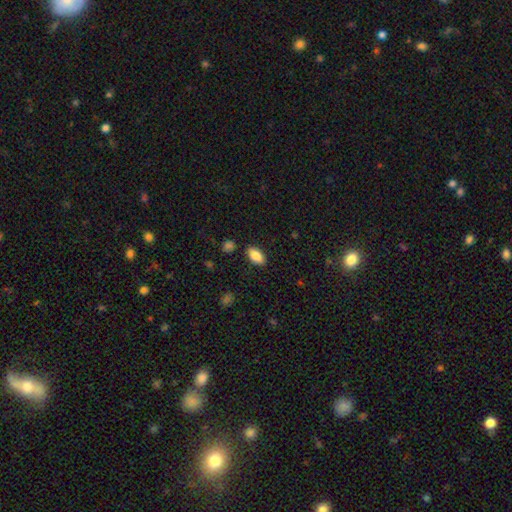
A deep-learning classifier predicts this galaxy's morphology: This appears to be a smooth galaxy with no disk features (84%) that is in between round and cigar-shaped (91%). Merging: none (86%).